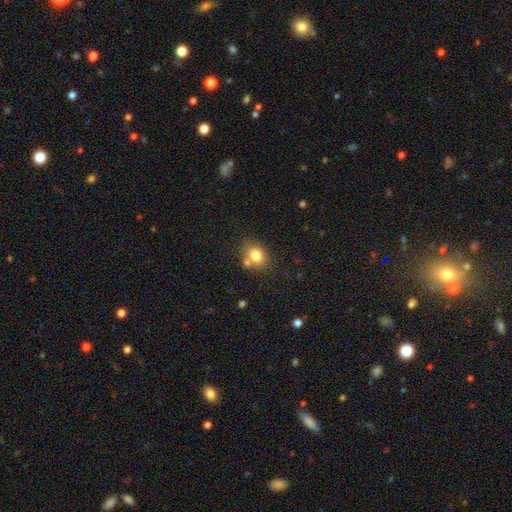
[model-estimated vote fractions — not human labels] This appears to be a smooth galaxy with no disk features (79%) that is round (55%). Merging: none (59%).